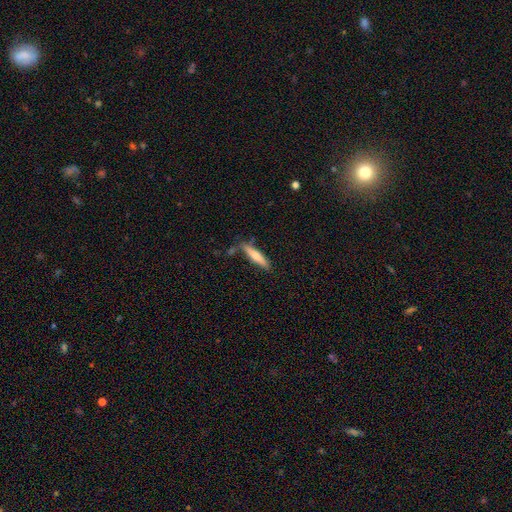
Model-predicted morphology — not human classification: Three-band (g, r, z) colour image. It shows a smooth galaxy with no disk features (67%) that is cigar-shaped (85%). Merging: none (73%).